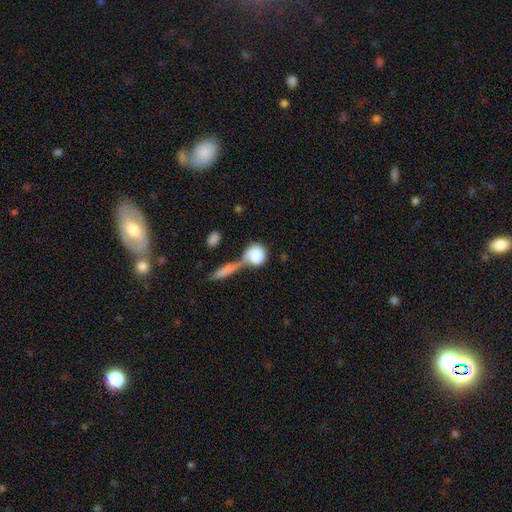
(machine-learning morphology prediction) Smooth or featured: smooth — 78% (featured or disk — 15%)
How rounded: round — 72% (in between — 24%)
Merging: merger — 47% (none — 26%)